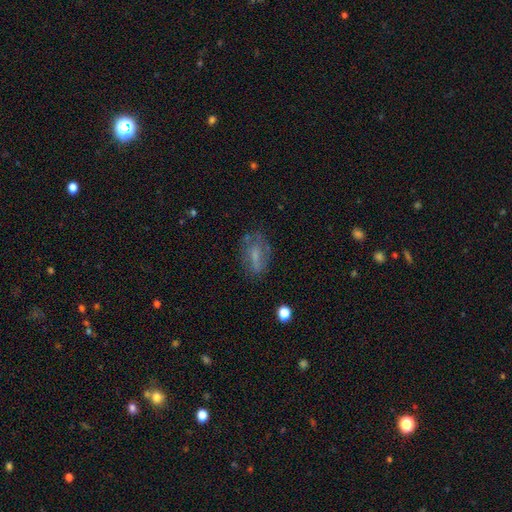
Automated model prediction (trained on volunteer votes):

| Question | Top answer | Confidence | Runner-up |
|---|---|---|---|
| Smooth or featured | smooth | 50% | featured or disk (38%) |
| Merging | none | 60% | minor disturbance (23%) |